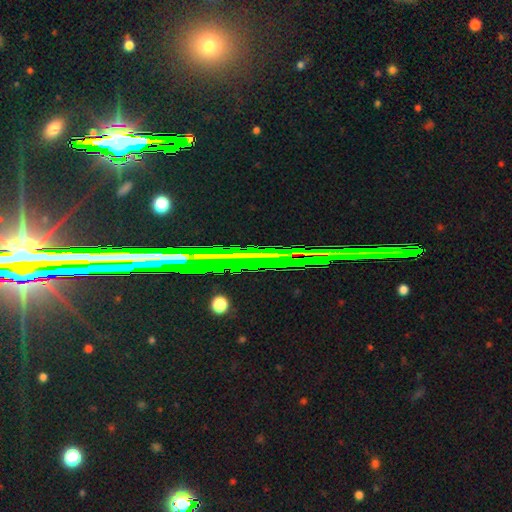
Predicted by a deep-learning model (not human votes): This appears to be a star or artifact, not a galaxy (70%).